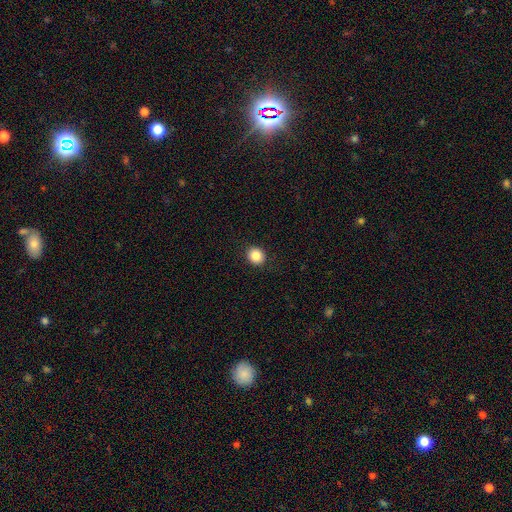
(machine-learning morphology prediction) Smooth or featured?
  - smooth: 85% *
  - star or artifact: 10%
  - featured or disk: 5%
How rounded?
  - round: 85% *
  - in between: 14%
  - cigar-shaped: 1%
Merging?
  - none: 92% *
  - minor disturbance: 6%
  - major disturbance: 2%
  - merger: 1%